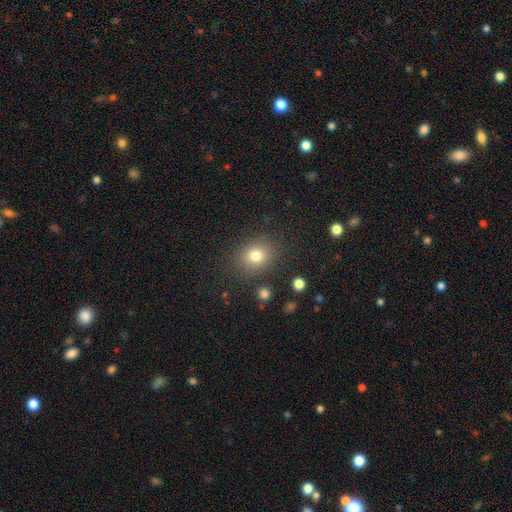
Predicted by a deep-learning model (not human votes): Q: Smooth or featured?
A: smooth (79%); runner-up: star or artifact (13%)
Q: How rounded?
A: round (57%); runner-up: in between (42%)
Q: Merging?
A: none (83%); runner-up: minor disturbance (10%)